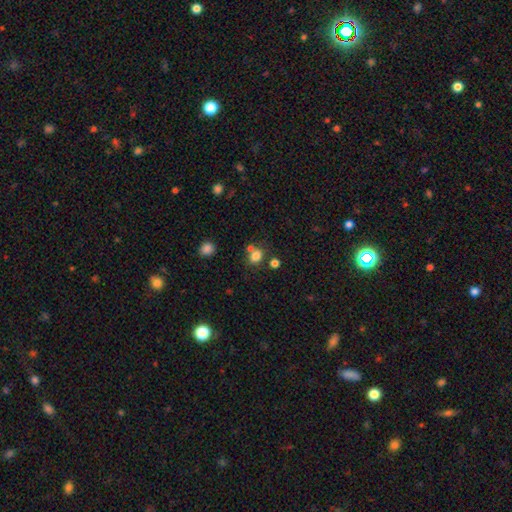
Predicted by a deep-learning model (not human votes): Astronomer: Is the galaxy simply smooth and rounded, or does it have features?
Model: smooth — 79%.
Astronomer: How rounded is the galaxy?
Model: round — 52% (runner-up: in between, 47%).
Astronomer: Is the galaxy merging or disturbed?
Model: none — 59%.